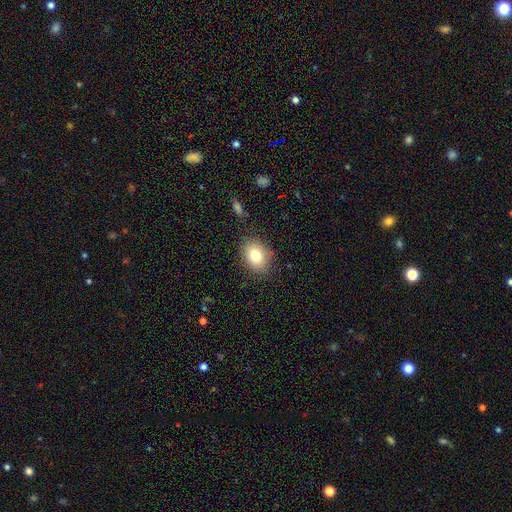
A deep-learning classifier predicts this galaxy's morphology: A smooth galaxy with no disk features (80%) that is in between round and cigar-shaped (65%). Merging: none (83%).